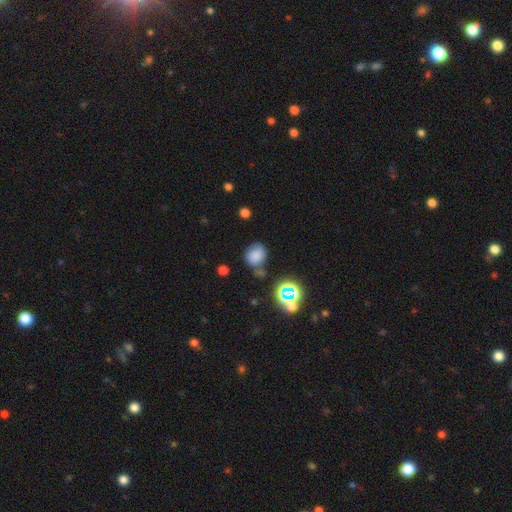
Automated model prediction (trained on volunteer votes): Smooth or featured? smooth (69%)
How rounded? round (64%)
Merging? none (54%)